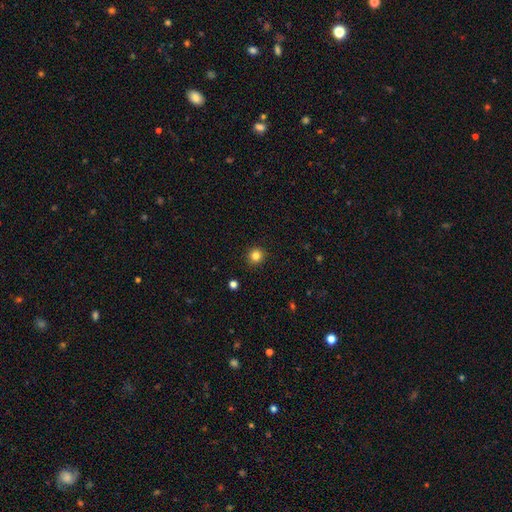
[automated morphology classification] Smooth or featured?
  - smooth: 83% *
  - star or artifact: 12%
  - featured or disk: 5%
How rounded?
  - round: 93% *
  - in between: 6%
  - cigar-shaped: 1%
Merging?
  - none: 92% *
  - minor disturbance: 5%
  - major disturbance: 2%
  - merger: 1%